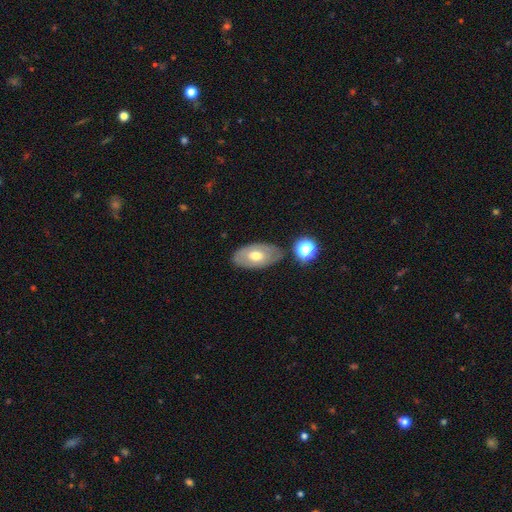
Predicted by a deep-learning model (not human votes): A smooth galaxy with no disk features (49%).

Vote fractions:
- Smooth or featured? smooth: 49% / featured or disk: 43% / star or artifact: 7%
- Merging? none: 77% / minor disturbance: 15% / merger: 4% / major disturbance: 4%